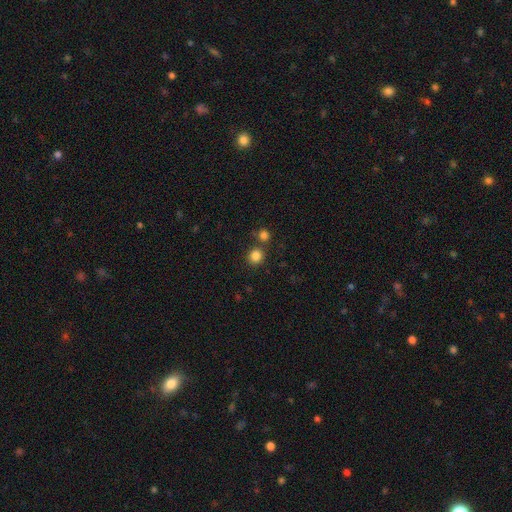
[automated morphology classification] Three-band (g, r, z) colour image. It shows a smooth galaxy with no disk features (84%) that is round (90%). Merging: none (76%).